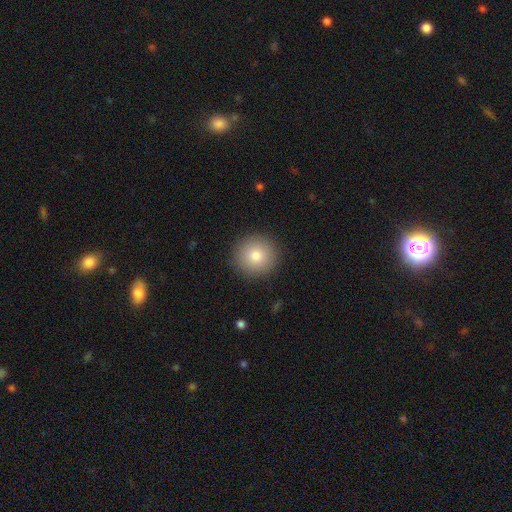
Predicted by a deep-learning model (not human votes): Overall: smooth (81%). How rounded: round (94%). Merging: none (91%).